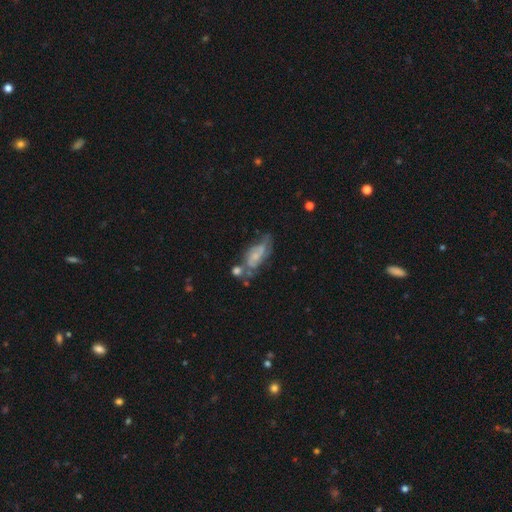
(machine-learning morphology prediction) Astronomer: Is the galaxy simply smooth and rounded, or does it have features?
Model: featured or disk — 66%.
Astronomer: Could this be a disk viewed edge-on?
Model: no — 92%.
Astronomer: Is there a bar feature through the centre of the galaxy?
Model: no — 55% (runner-up: weak, 37%).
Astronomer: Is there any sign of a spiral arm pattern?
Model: yes — 83%.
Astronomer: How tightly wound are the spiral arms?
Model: medium — 44% (runner-up: tight, 32%).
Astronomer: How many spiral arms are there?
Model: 2 — 60%.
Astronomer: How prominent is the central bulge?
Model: small — 56%.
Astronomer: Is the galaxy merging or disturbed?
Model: none — 41% (runner-up: minor disturbance, 24%).